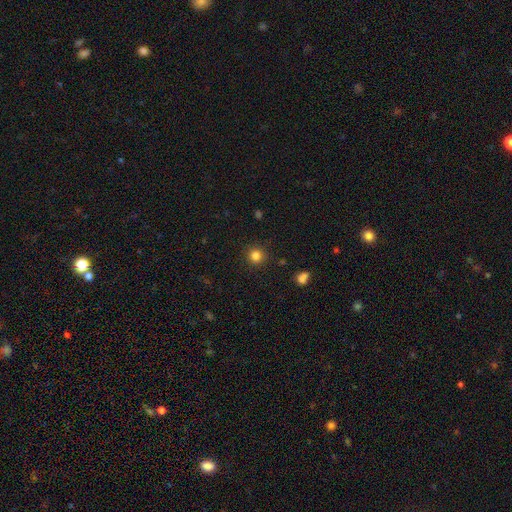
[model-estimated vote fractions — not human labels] Smooth or featured?
  - smooth: 83% *
  - star or artifact: 13%
  - featured or disk: 5%
How rounded?
  - round: 94% *
  - in between: 5%
  - cigar-shaped: 1%
Merging?
  - none: 91% *
  - minor disturbance: 6%
  - major disturbance: 2%
  - merger: 1%